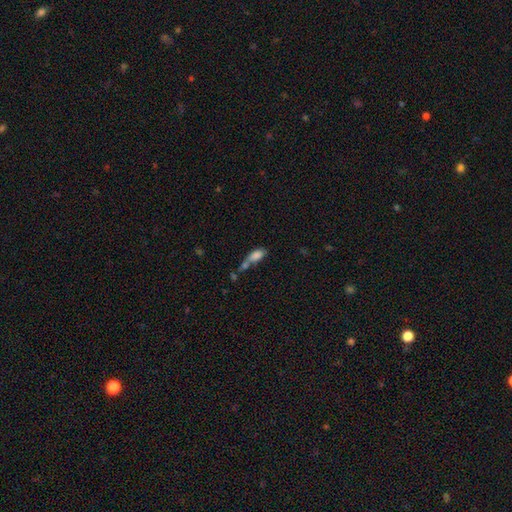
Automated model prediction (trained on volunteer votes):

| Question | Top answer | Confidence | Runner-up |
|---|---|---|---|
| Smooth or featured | smooth | 78% | featured or disk (12%) |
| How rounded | in between | 83% | cigar-shaped (11%) |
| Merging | merger | 50% | none (24%) |